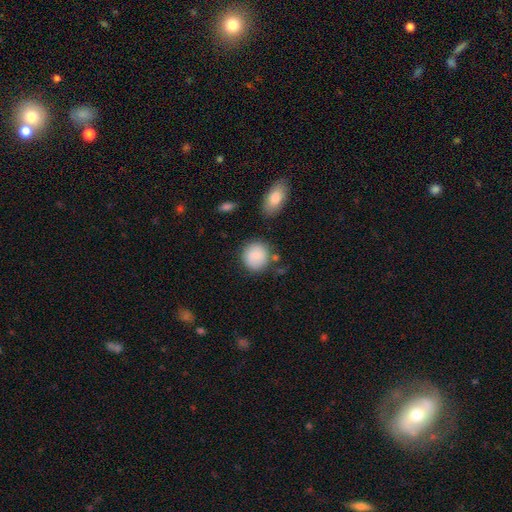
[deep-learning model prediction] A smooth galaxy with no disk features (82%) that is round (88%). Merging: none (77%).